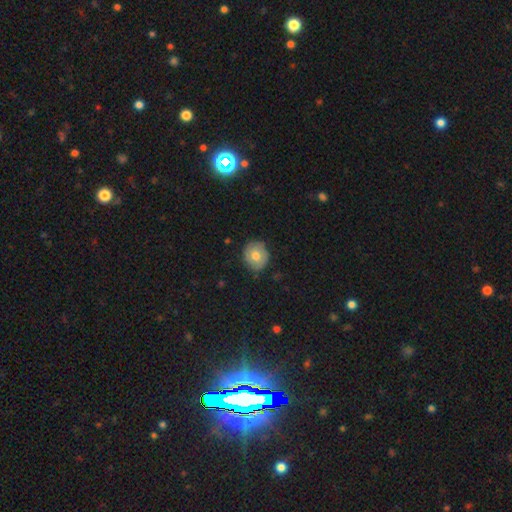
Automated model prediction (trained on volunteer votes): smooth-or-featured: smooth: 69% | featured or disk: 24% | star or artifact: 8%
  how-rounded: round: 79% | in between: 21% | cigar-shaped: 1%
  merging: none: 81% | minor disturbance: 15% | major disturbance: 3% | merger: 1%